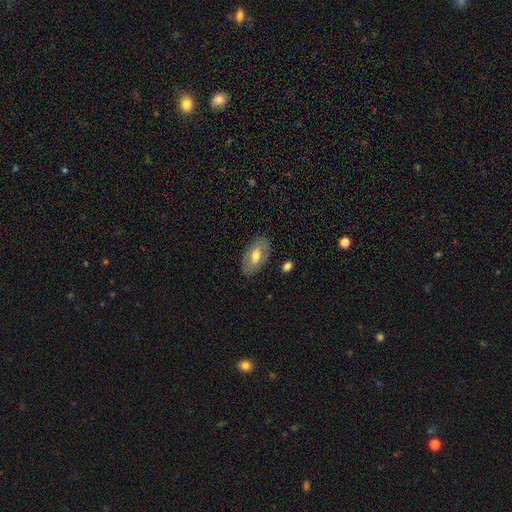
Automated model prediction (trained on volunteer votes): Overall: smooth (55%; featured or disk 39%). How rounded: in between (92%). Merging: none (83%).